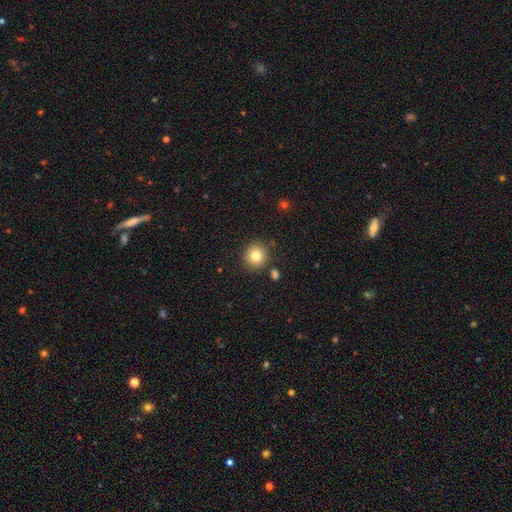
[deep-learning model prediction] Q: Smooth or featured?
A: smooth (80%); runner-up: star or artifact (11%)
Q: How rounded?
A: round (93%); runner-up: in between (6%)
Q: Merging?
A: none (87%); runner-up: minor disturbance (7%)